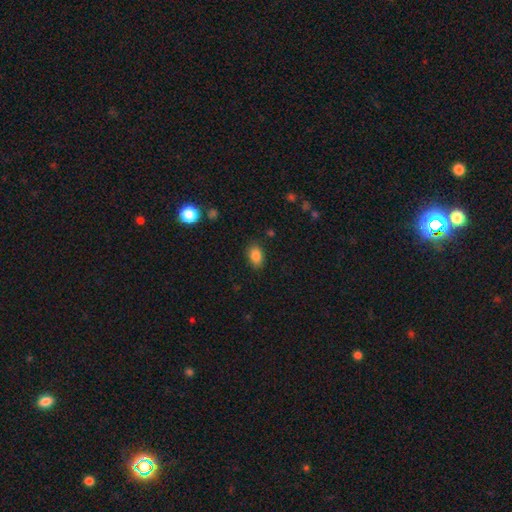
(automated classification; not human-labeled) A smooth galaxy with no disk features (85%) that is in between round and cigar-shaped (83%).

Vote fractions:
- Smooth or featured? smooth: 85% / star or artifact: 10% / featured or disk: 5%
- How rounded? in between: 83% / round: 16% / cigar-shaped: 1%
- Merging? none: 85% / minor disturbance: 11% / major disturbance: 3% / merger: 1%